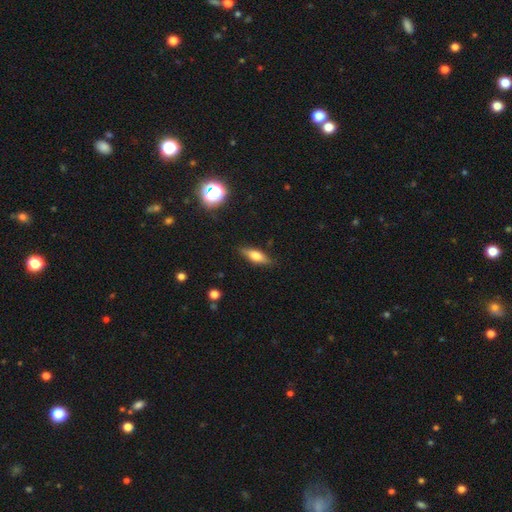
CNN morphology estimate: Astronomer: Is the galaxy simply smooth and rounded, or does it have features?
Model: smooth — 65%.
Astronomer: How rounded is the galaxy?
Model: in between — 57% (runner-up: cigar-shaped, 40%).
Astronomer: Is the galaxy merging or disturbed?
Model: none — 85%.